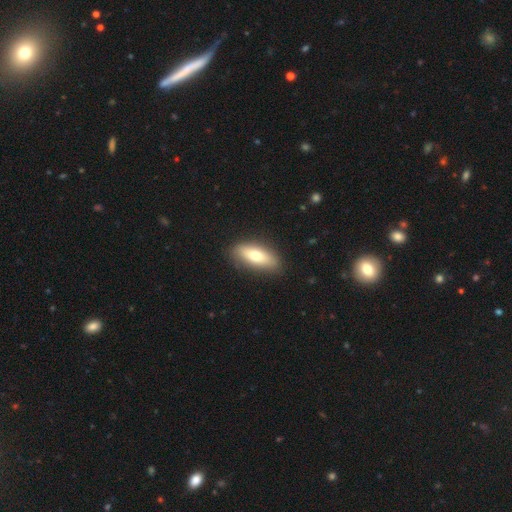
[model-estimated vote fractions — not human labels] Q: Smooth or featured?
A: smooth (70%); runner-up: featured or disk (24%)
Q: How rounded?
A: in between (72%); runner-up: cigar-shaped (25%)
Q: Merging?
A: none (87%); runner-up: minor disturbance (10%)